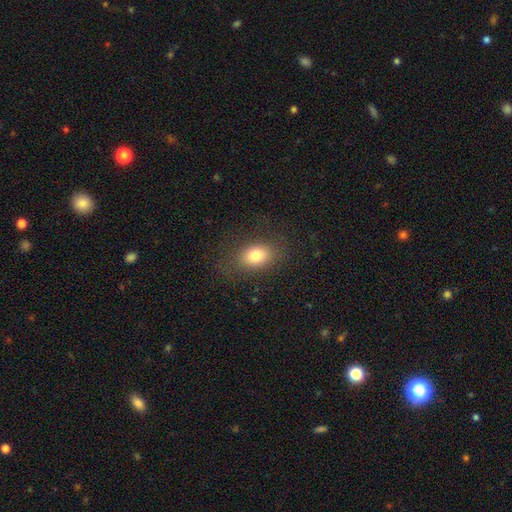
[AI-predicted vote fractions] This appears to be a smooth galaxy with no disk features (79%) that is in between round and cigar-shaped (72%). Merging: none (80%).